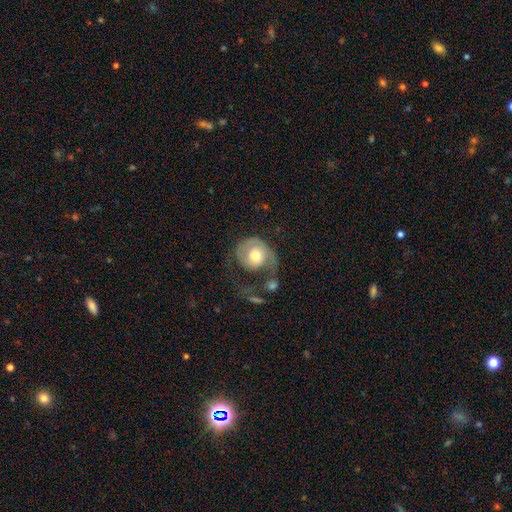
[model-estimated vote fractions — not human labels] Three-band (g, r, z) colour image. It shows a featured or disk galaxy (48%). Merging: major disturbance (45%).